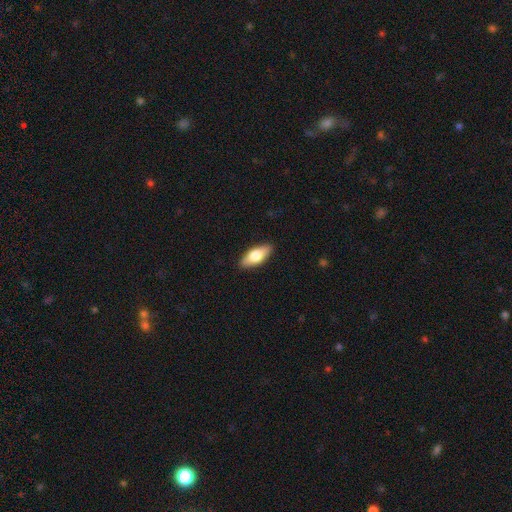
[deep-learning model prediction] smooth 69%, featured or disk 25%, star or artifact 6%. Down the decision tree: how rounded — in between (78%); merging — none (89%).